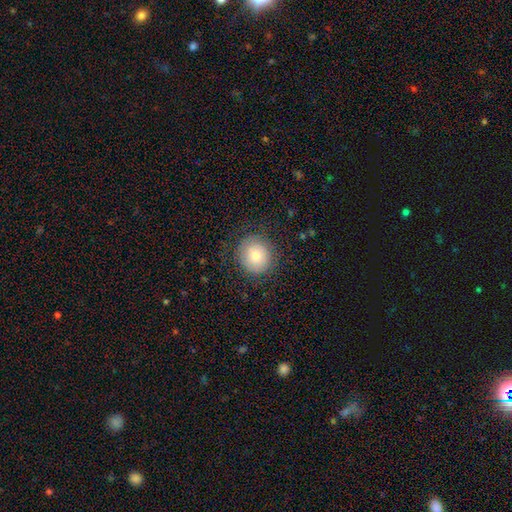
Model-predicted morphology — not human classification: A smooth galaxy with no disk features (74%) that is round (89%).

Vote fractions:
- Smooth or featured? smooth: 74% / featured or disk: 17% / star or artifact: 9%
- How rounded? round: 89% / in between: 11% / cigar-shaped: 1%
- Merging? none: 83% / minor disturbance: 11% / major disturbance: 5% / merger: 1%